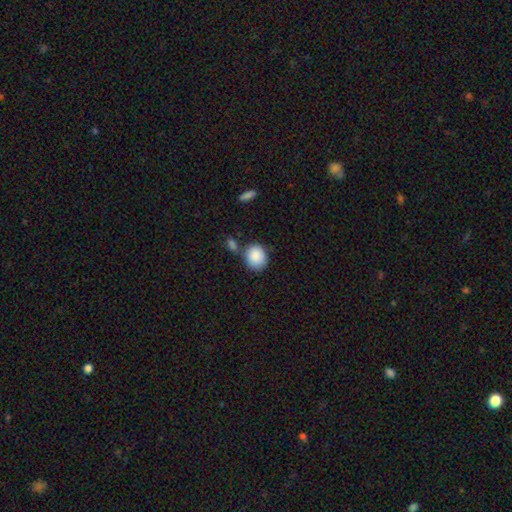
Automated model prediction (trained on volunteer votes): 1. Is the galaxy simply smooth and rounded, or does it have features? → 88% smooth, 7% star or artifact, 5% featured or disk.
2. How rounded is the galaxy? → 65% round, 34% in between, 1% cigar-shaped.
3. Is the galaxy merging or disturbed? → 62% none, 17% merger, 16% minor disturbance, 5% major disturbance.